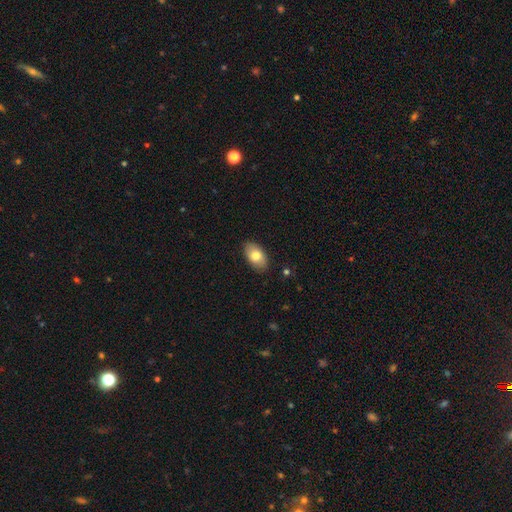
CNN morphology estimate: Smooth or featured? Predicted: smooth (p=0.78). How rounded? Predicted: in between (p=0.94). Merging? Predicted: none (p=0.88).